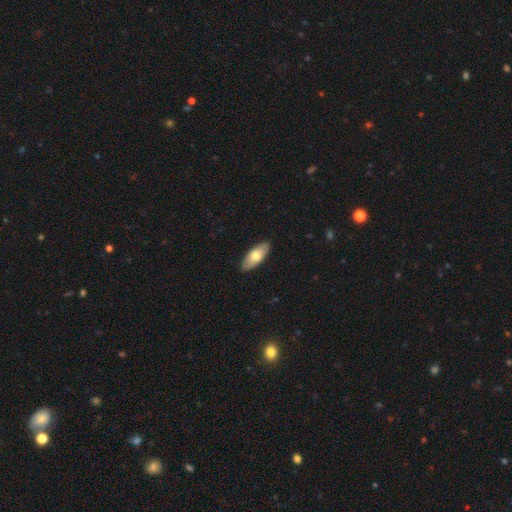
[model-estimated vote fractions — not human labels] A smooth galaxy with no disk features (70%) that is in between round and cigar-shaped (84%). Merging: none (89%).